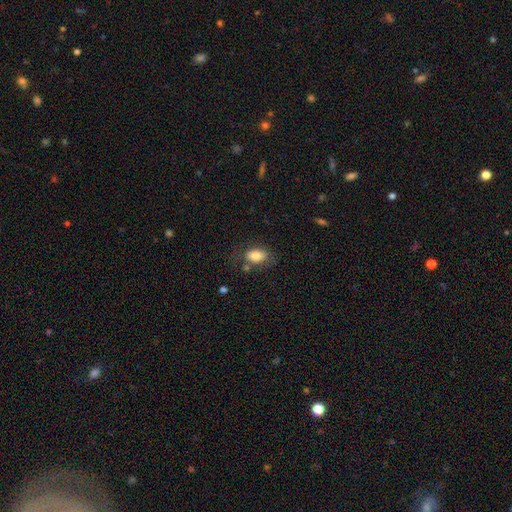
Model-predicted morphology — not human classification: Smooth or featured? Predicted: smooth (p=0.78). How rounded? Predicted: in between (p=0.85). Merging? Predicted: none (p=0.65).